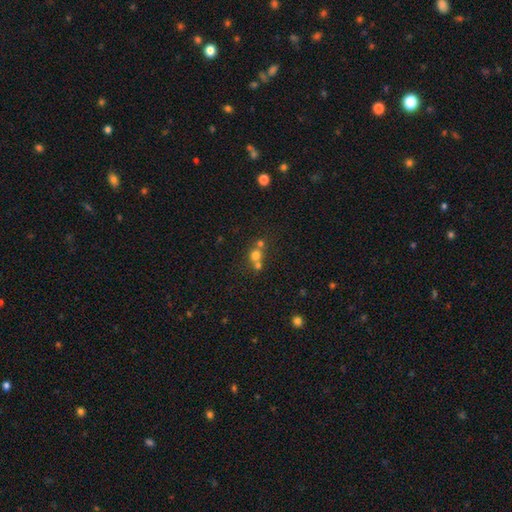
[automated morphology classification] This is likely a smooth galaxy (66%). How rounded: clearly round (85%). Merging: possibly merger (51%).